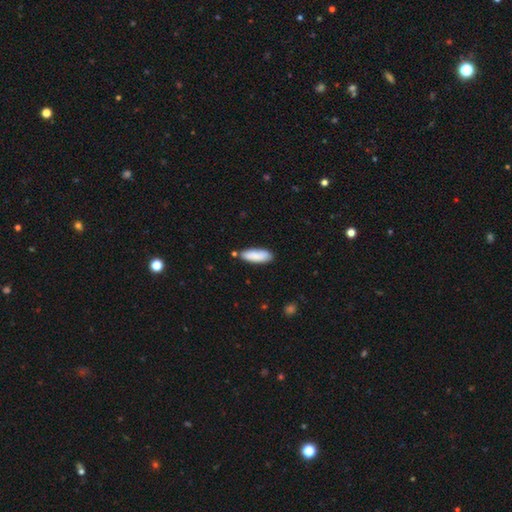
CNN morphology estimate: smooth 87%, featured or disk 7%, star or artifact 6%. Down the decision tree: how rounded — in between (65%); merging — none (78%).